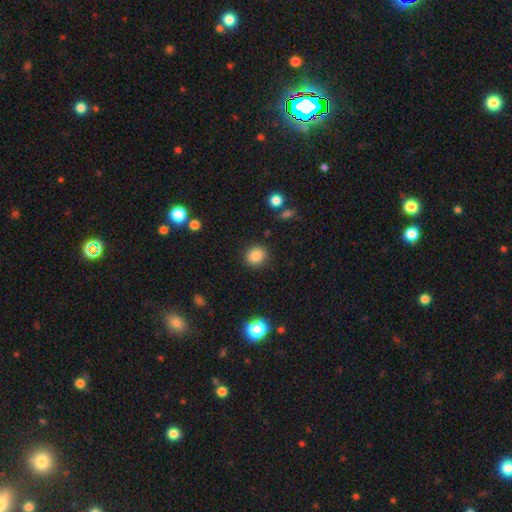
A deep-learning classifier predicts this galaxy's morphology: Smooth or featured: smooth — 85% (star or artifact — 10%)
How rounded: round — 83% (in between — 16%)
Merging: none — 89% (minor disturbance — 7%)